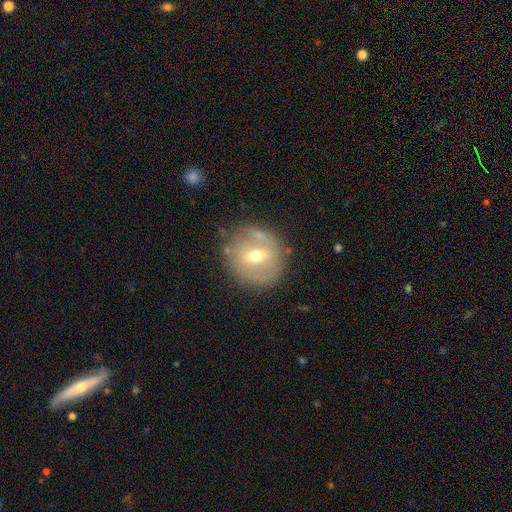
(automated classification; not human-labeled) smooth_or_featured: featured or disk (p=0.55) [alt: smooth p=0.36]
disk_edge_on: no (p=0.93) [alt: yes p=0.07]
bar: weak (p=0.48) [alt: strong p=0.26]
has_spiral_arms: no (p=0.61) [alt: yes p=0.39]
bulge_size: moderate (p=0.64) [alt: small p=0.30]
merging: none (p=0.74) [alt: minor disturbance p=0.16]